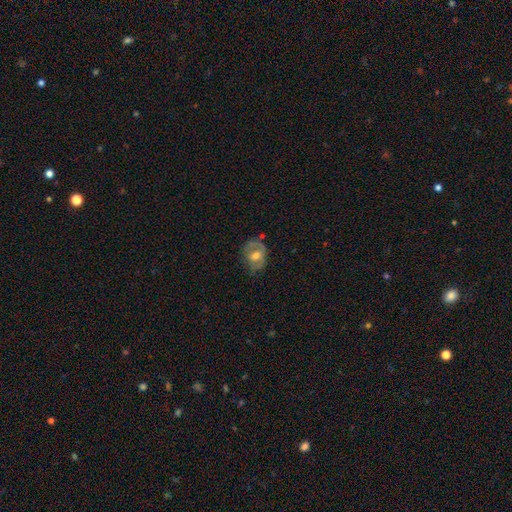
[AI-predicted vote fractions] The model was most divided on "smooth or featured": featured or disk: 50%, smooth: 42%, star or artifact: 8%. More confident: edge-on disk — no (95%); merging — none (52%).